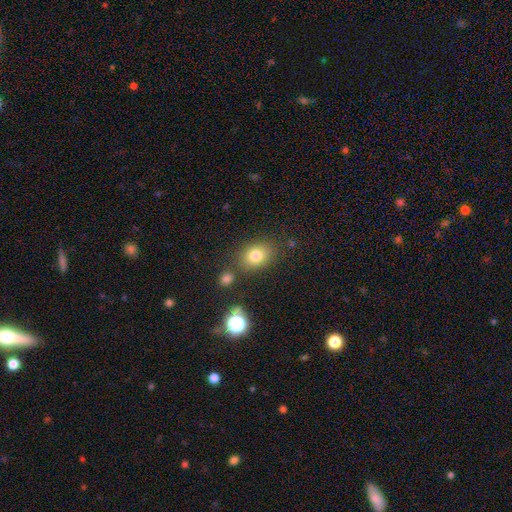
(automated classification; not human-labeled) This is likely a smooth galaxy (77%). How rounded: likely in between (60%). Merging: likely none (77%).